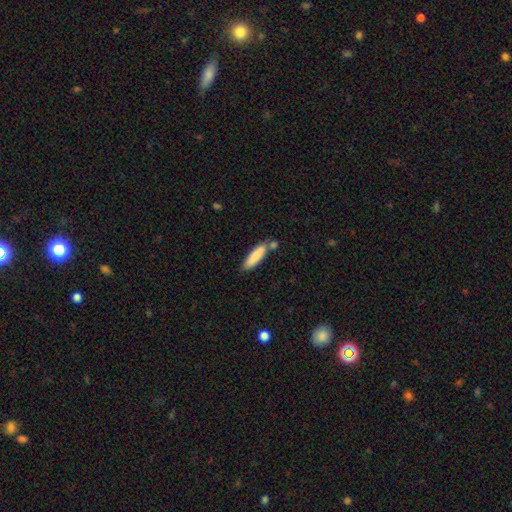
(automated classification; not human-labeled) This appears to be a smooth galaxy with no disk features (83%) that is cigar-shaped (67%). Merging: none (68%).